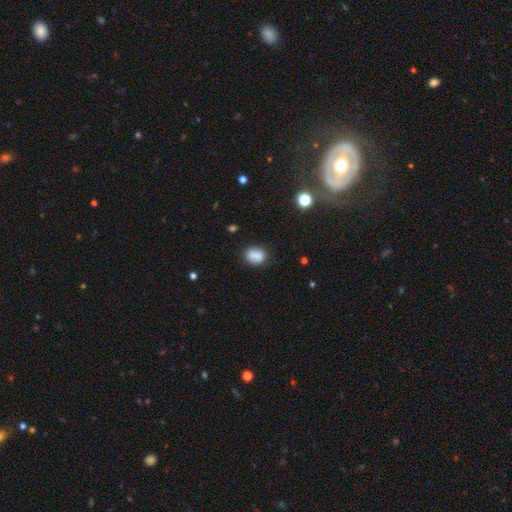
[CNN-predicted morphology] The model was most divided on "how rounded": in between: 64%, round: 34%, cigar-shaped: 2%. More confident: smooth or featured — smooth (85%); merging — none (76%).